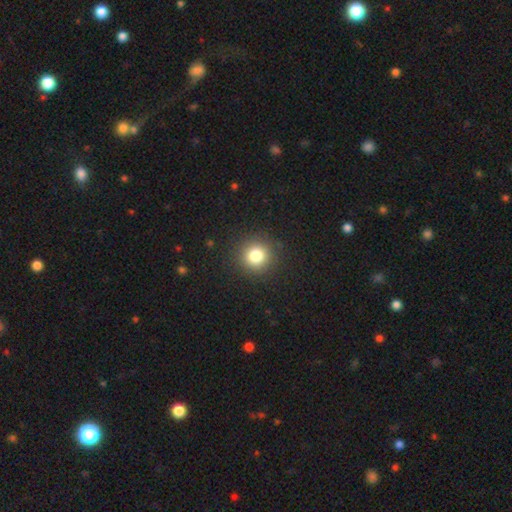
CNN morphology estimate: smooth 81%, star or artifact 12%, featured or disk 6%. Down the decision tree: how rounded — round (93%); merging — none (91%).